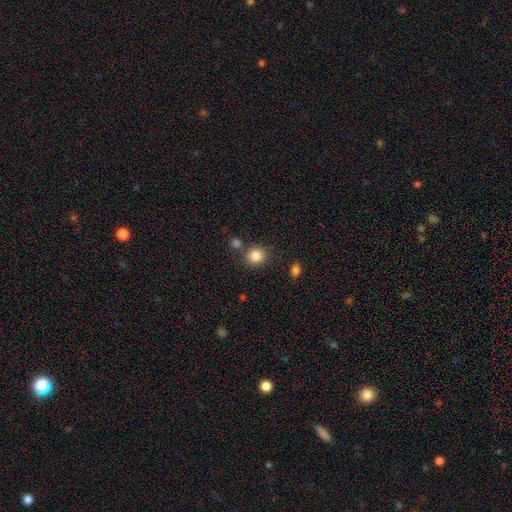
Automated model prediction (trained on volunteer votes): The model was most divided on "how rounded": round: 84%, in between: 15%, cigar-shaped: 1%. More confident: smooth or featured — smooth (85%); merging — none (78%).